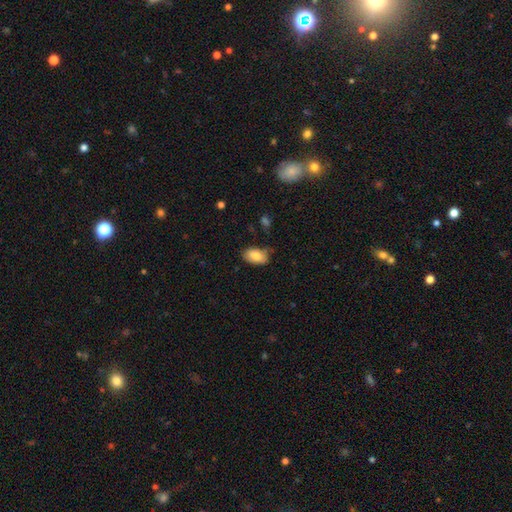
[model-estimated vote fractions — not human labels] Overall: smooth (83%). How rounded: in between (92%). Merging: none (70%).